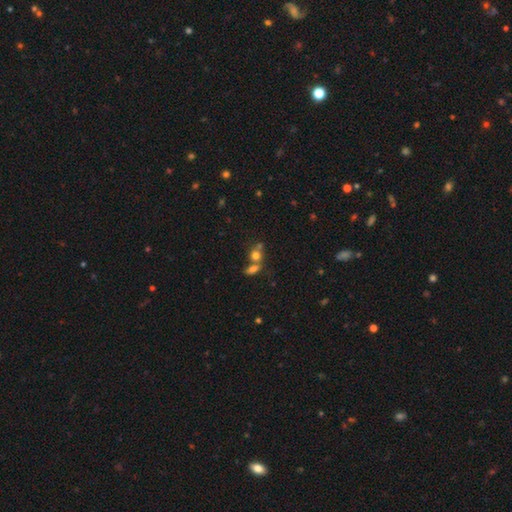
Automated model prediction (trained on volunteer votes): smooth 72%, star or artifact 15%, featured or disk 13%. Down the decision tree: how rounded — round (57%); merging — merger (50%).